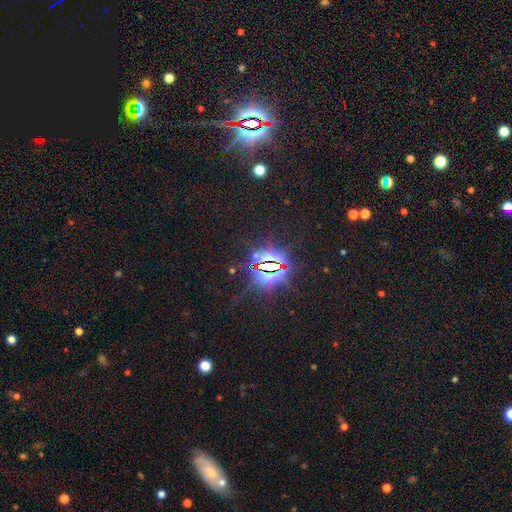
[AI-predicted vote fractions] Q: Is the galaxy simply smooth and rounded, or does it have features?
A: star or artifact — 85%.